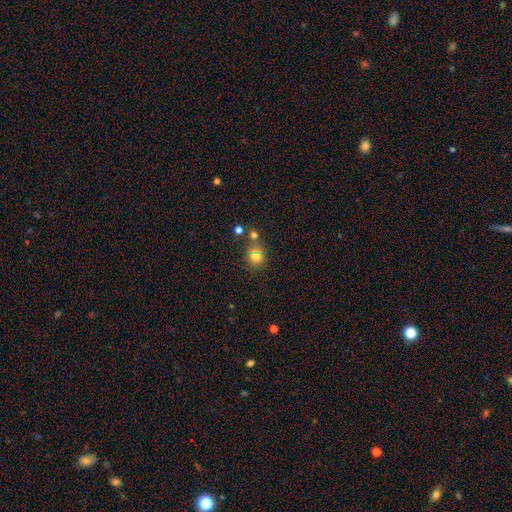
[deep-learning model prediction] Smooth or featured? Predicted: smooth (p=0.75). How rounded? Predicted: round (p=0.75). Merging? Predicted: none (p=0.62).